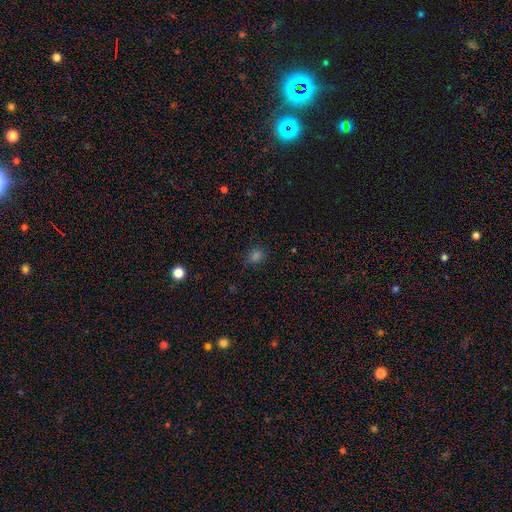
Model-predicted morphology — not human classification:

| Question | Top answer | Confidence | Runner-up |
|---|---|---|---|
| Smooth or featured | smooth | 73% | star or artifact (23%) |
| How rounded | round | 79% | in between (20%) |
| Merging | none | 86% | minor disturbance (10%) |